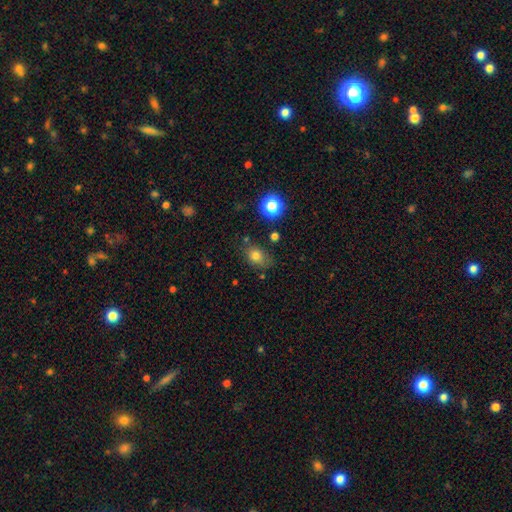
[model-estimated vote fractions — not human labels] smooth 77%, star or artifact 14%, featured or disk 10%. Down the decision tree: how rounded — in between (62%); merging — none (69%).